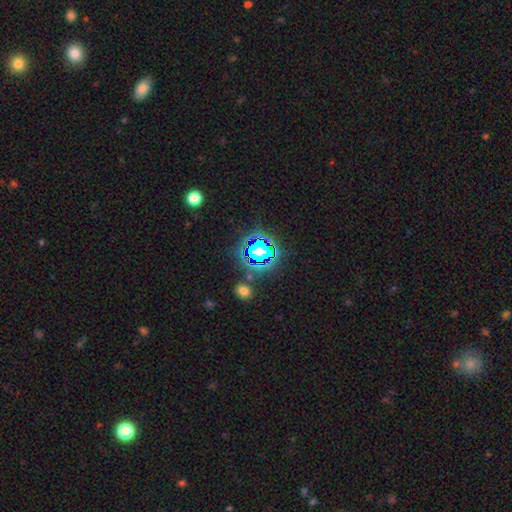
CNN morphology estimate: Smooth or featured? Predicted: star or artifact (p=0.78).